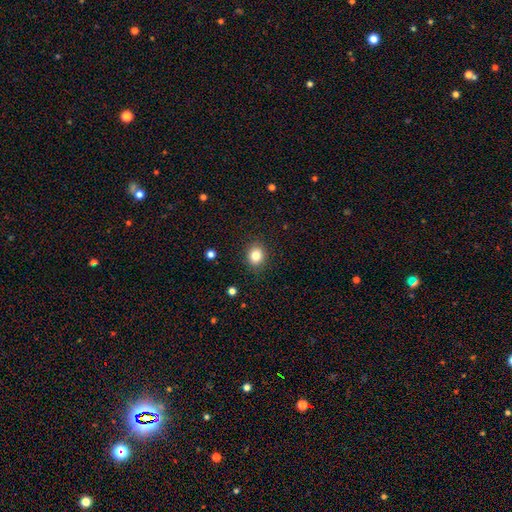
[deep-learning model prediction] Q: Smooth or featured?
A: smooth (83%); runner-up: star or artifact (11%)
Q: How rounded?
A: round (67%); runner-up: in between (32%)
Q: Merging?
A: none (89%); runner-up: minor disturbance (8%)